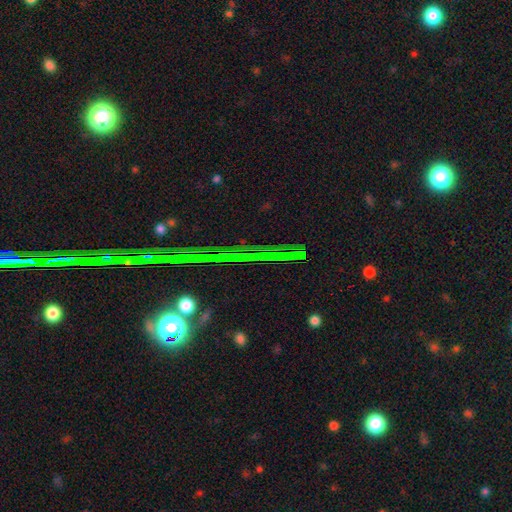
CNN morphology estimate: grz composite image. It shows a star or artifact, not a galaxy (75%).